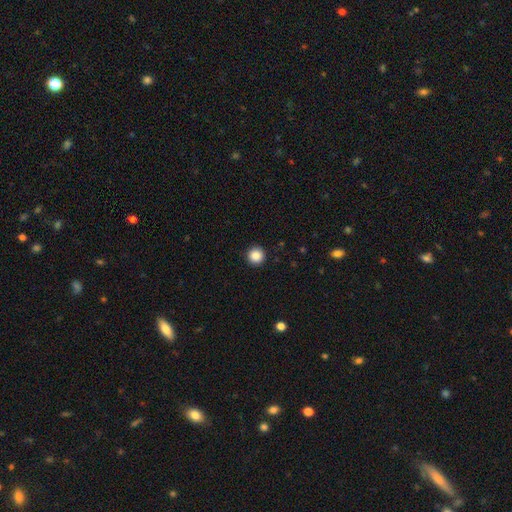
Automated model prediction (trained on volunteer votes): Smooth or featured?
  - smooth: 87% *
  - star or artifact: 10%
  - featured or disk: 3%
How rounded?
  - round: 96% *
  - in between: 3%
  - cigar-shaped: 1%
Merging?
  - none: 93% *
  - minor disturbance: 4%
  - major disturbance: 2%
  - merger: 1%